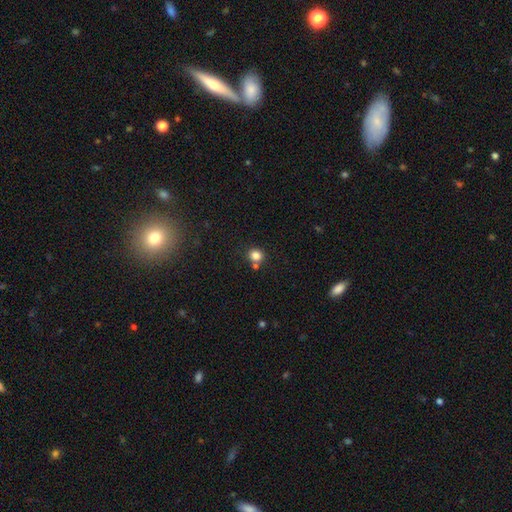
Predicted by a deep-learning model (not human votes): Smooth or featured: smooth — 82% (star or artifact — 12%)
How rounded: round — 84% (in between — 16%)
Merging: none — 69% (merger — 17%)